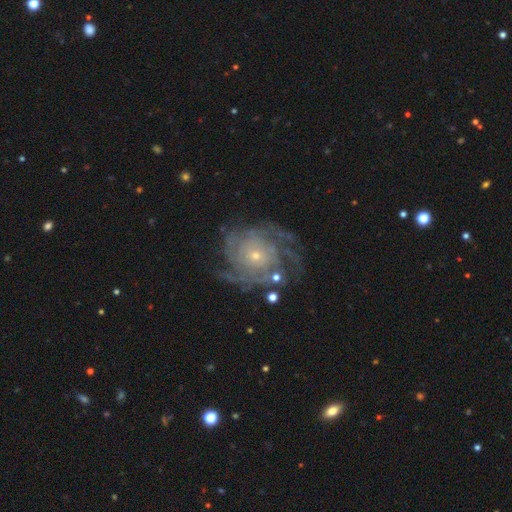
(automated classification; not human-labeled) Morphology: type=featured or disk (88%); edge-on=no (98%); bar=no (82%); spiral arms=yes (96%); winding=tight (61%); arm count=can't tell (25%); bulge=small (75%); merging=none (69%).